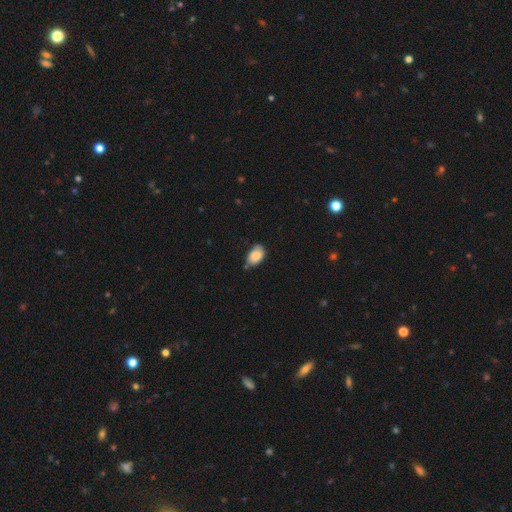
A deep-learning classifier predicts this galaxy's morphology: A smooth galaxy with no disk features (81%) that is in between round and cigar-shaped (90%).

Vote fractions:
- Smooth or featured? smooth: 81% / featured or disk: 11% / star or artifact: 7%
- How rounded? in between: 90% / round: 9% / cigar-shaped: 1%
- Merging? none: 60% / minor disturbance: 31% / major disturbance: 5% / merger: 3%